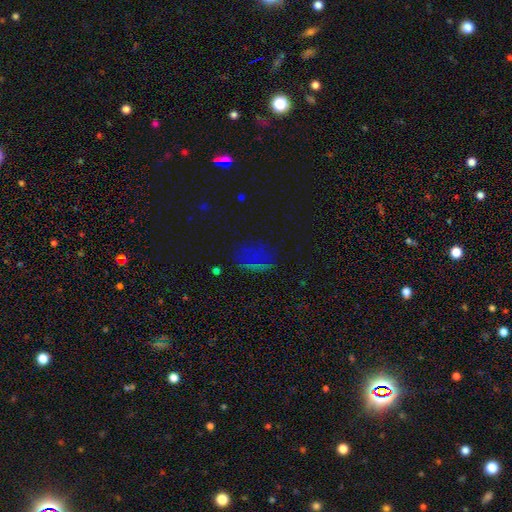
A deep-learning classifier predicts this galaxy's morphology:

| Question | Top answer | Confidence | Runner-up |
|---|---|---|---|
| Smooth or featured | star or artifact | 41% | smooth (39%) |